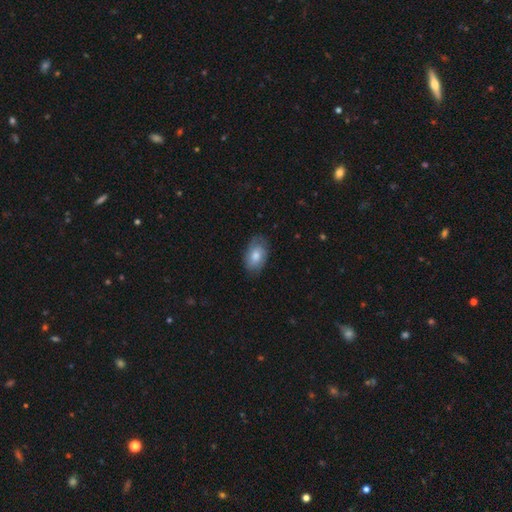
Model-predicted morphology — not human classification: Smooth or featured? Predicted: smooth (p=0.69). How rounded? Predicted: in between (p=0.90). Merging? Predicted: none (p=0.74).